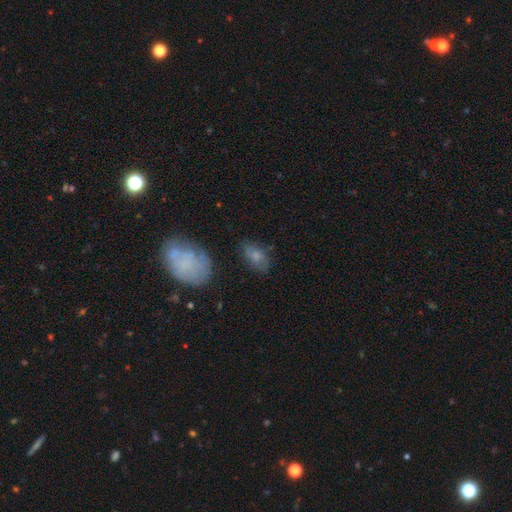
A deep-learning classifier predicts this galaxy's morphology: smooth-or-featured: smooth: 65% | featured or disk: 25% | star or artifact: 10%
  how-rounded: in between: 88% | round: 9% | cigar-shaped: 4%
  merging: none: 69% | minor disturbance: 20% | major disturbance: 7% | merger: 3%